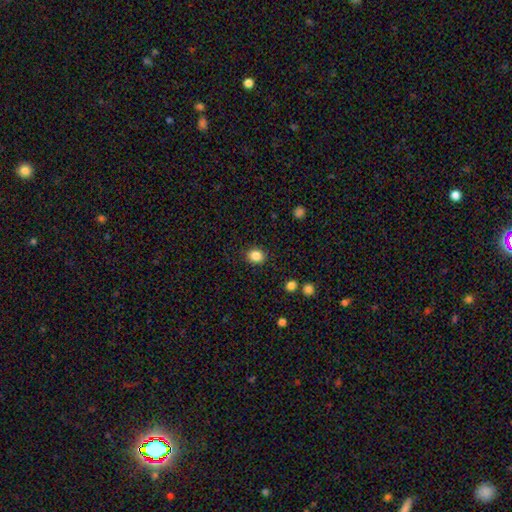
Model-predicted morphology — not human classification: Overall: smooth (86%). How rounded: round (54%; in between 45%). Merging: none (87%).